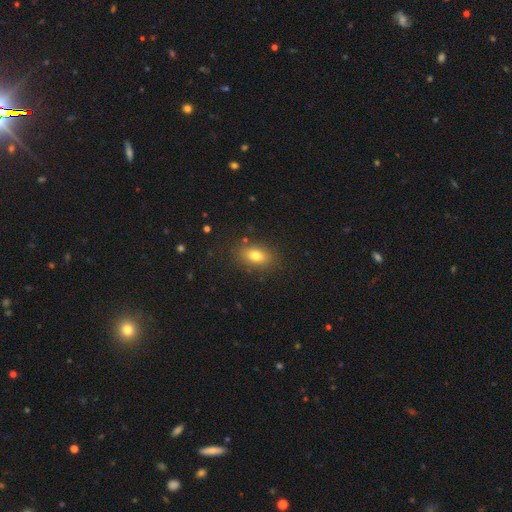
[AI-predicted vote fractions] Q: Smooth or featured?
A: smooth (79%); runner-up: featured or disk (11%)
Q: How rounded?
A: in between (84%); runner-up: round (12%)
Q: Merging?
A: none (85%); runner-up: minor disturbance (11%)